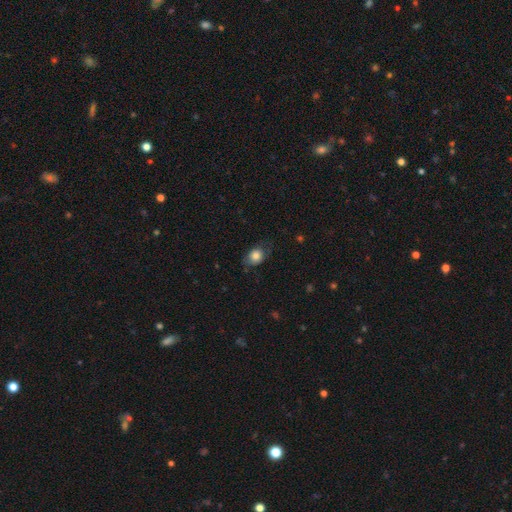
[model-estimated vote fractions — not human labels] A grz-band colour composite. It shows a smooth galaxy with no disk features (80%) that is in between round and cigar-shaped (51%). Merging: none (67%).